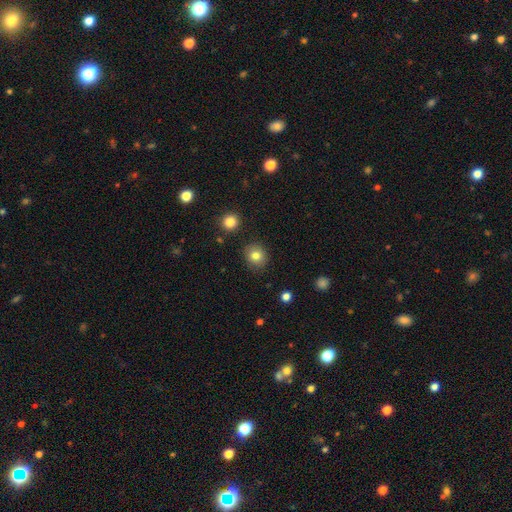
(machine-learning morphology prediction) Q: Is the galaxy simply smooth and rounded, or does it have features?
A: smooth — 82%.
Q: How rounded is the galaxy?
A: round — 77%.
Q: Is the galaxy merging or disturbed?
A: none — 87%.